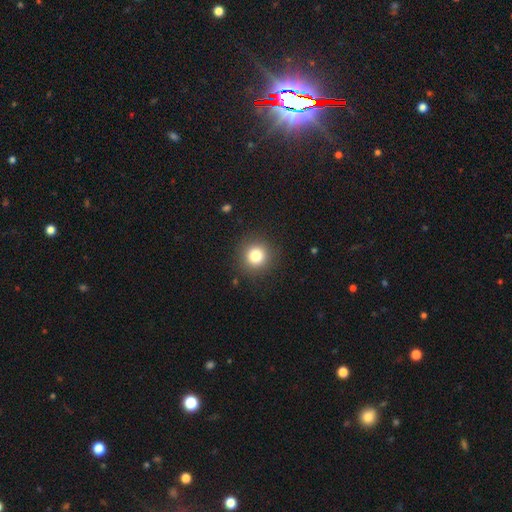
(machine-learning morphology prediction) smooth-or-featured: smooth: 81% | star or artifact: 12% | featured or disk: 7%
  how-rounded: round: 93% | in between: 6% | cigar-shaped: 1%
  merging: none: 90% | minor disturbance: 6% | major disturbance: 2% | merger: 1%